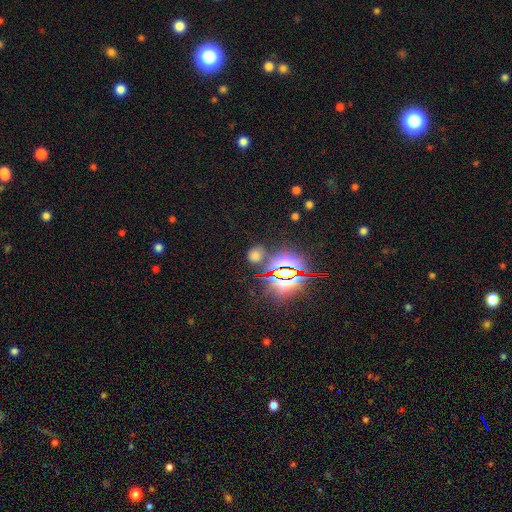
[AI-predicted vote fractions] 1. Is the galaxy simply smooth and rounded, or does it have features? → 50% smooth, 44% star or artifact, 7% featured or disk.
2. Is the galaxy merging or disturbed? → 76% none, 12% minor disturbance, 7% merger, 5% major disturbance.